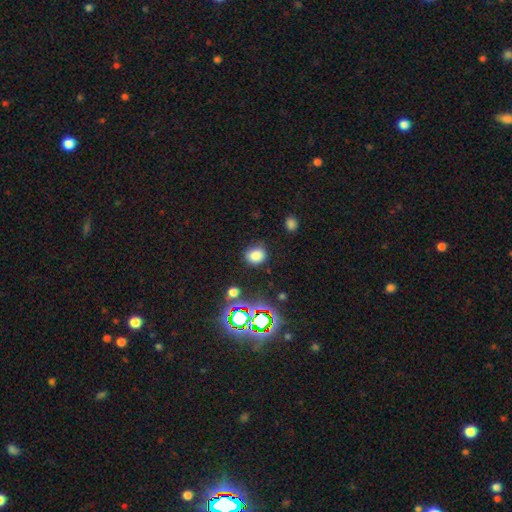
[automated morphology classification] This appears to be a smooth galaxy with no disk features (77%) that is round (65%). Merging: none (80%).